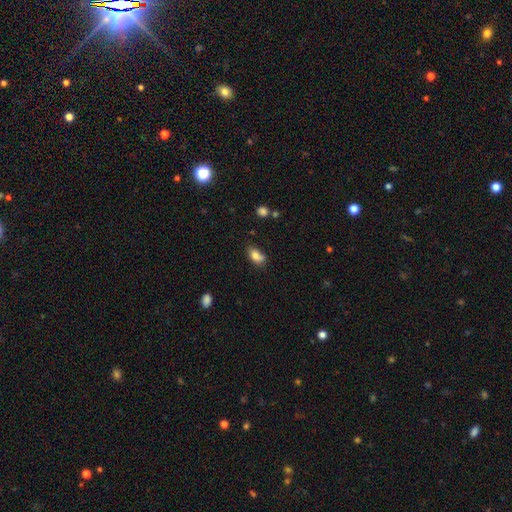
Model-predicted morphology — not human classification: This appears to be a smooth galaxy with no disk features (81%) that is in between round and cigar-shaped (85%). Merging: none (53%).